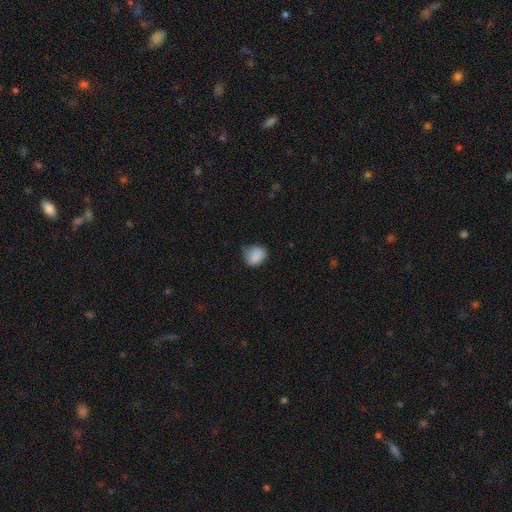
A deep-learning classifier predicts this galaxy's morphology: smooth 85%, star or artifact 9%, featured or disk 7%. Down the decision tree: how rounded — round (56%); merging — none (51%).